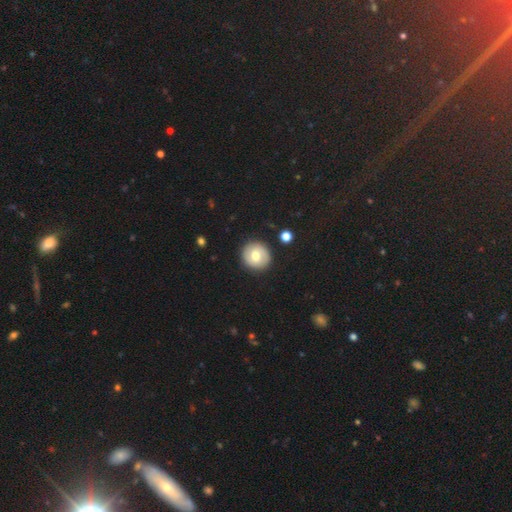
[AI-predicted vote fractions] Smooth or featured: smooth — 60% (featured or disk — 32%)
How rounded: round — 91% (in between — 8%)
Merging: none — 89% (minor disturbance — 7%)